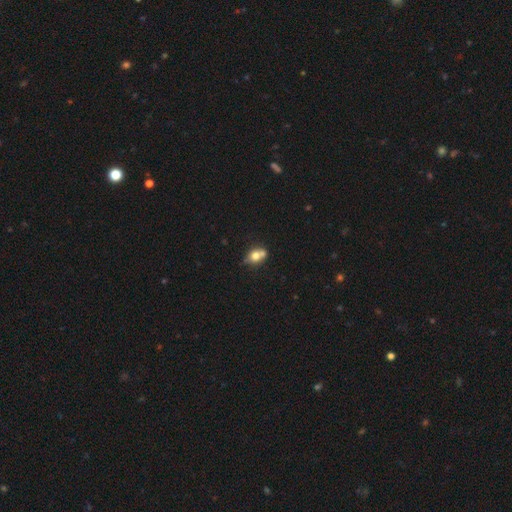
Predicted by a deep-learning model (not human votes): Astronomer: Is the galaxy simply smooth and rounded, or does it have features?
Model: smooth — 69%.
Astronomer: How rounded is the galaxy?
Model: in between — 52% (runner-up: round, 45%).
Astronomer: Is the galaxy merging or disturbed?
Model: none — 46% (runner-up: merger, 32%).